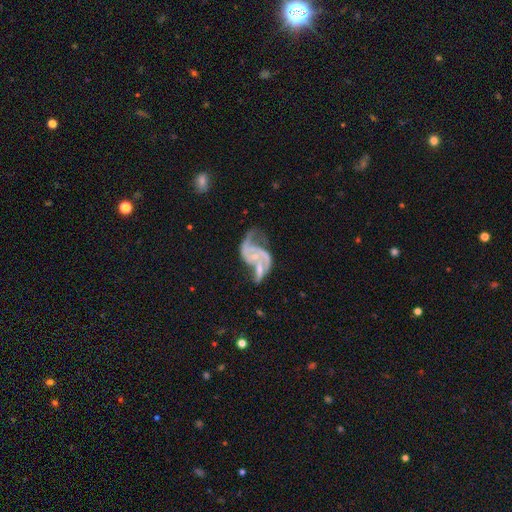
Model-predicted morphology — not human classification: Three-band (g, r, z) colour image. It shows a featured or disk galaxy (87%) with no bar (61%), 2 (72%) loose (46%) spiral arms (93%) and a small central bulge (67%). Merging: merger (35%).